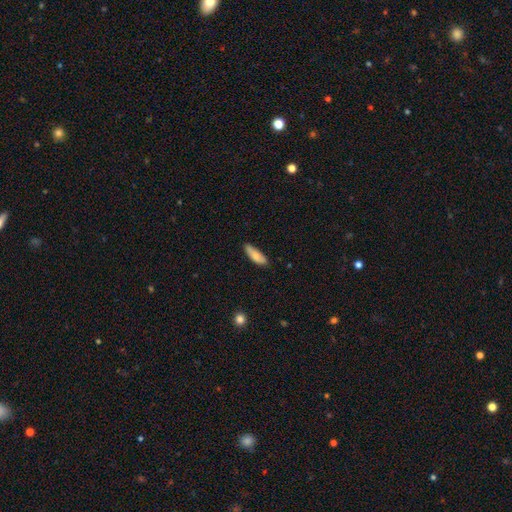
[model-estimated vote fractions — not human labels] Morphology: type=smooth (78%); roundness=in between (54%); merging=none (72%).